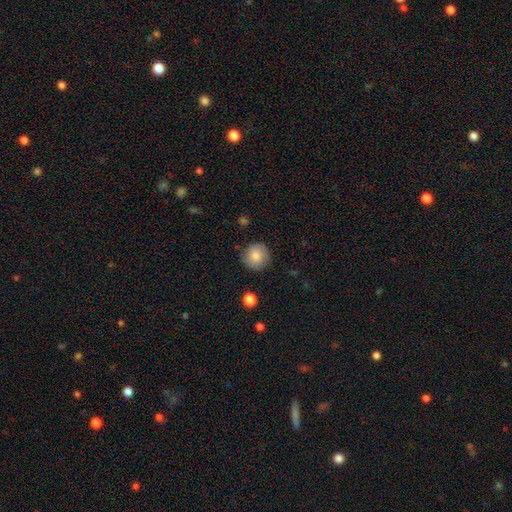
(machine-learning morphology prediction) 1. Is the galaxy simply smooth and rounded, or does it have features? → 83% smooth, 9% featured or disk, 8% star or artifact.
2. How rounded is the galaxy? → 94% round, 5% in between, 1% cigar-shaped.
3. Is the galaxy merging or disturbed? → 87% none, 9% minor disturbance, 2% major disturbance, 1% merger.